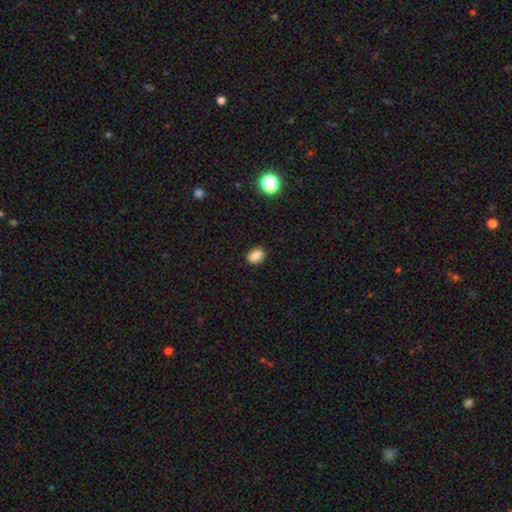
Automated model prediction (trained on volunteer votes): A smooth galaxy with no disk features (86%) that is in between round and cigar-shaped (75%). Merging: none (86%).